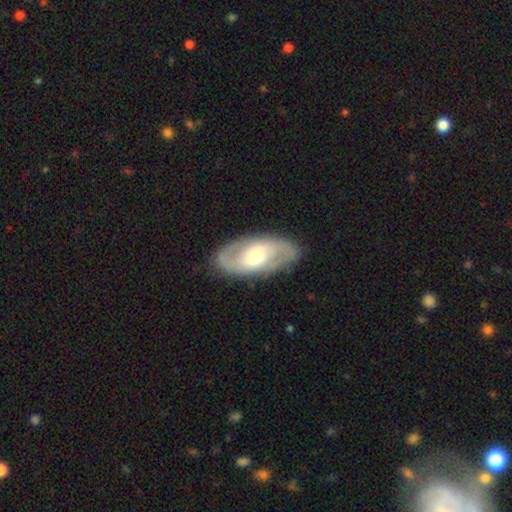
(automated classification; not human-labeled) Smooth or featured? featured or disk (72%)
Edge-on disk? no (92%)
Bar? no (48%)
Spiral arms? yes (75%)
Bulge size? moderate (70%)
Merging? none (85%)